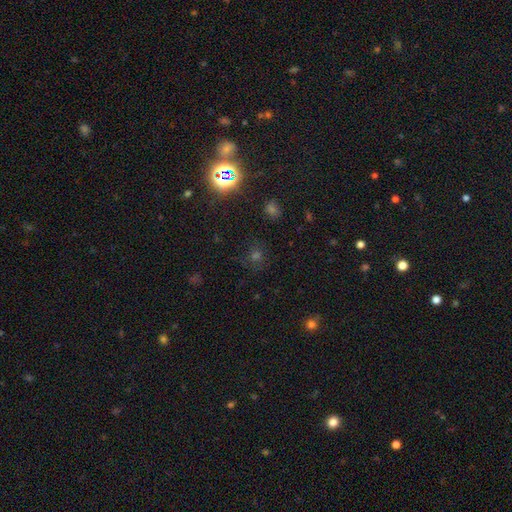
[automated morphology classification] Smooth or featured?
  - star or artifact: 58% *
  - smooth: 33%
  - featured or disk: 9%